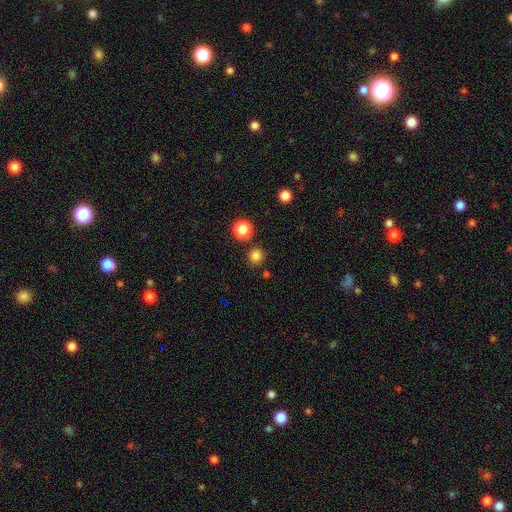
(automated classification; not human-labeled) Morphology: type=smooth (81%); roundness=round (93%); merging=none (85%).